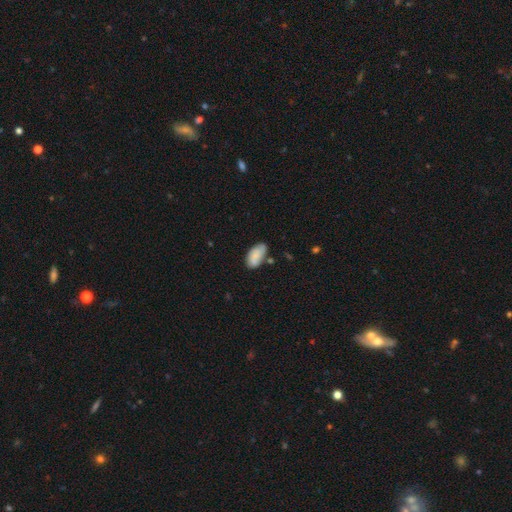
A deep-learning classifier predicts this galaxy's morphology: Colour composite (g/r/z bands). It shows a smooth galaxy with no disk features (80%) that is in between round and cigar-shaped (94%). Merging: none (64%).